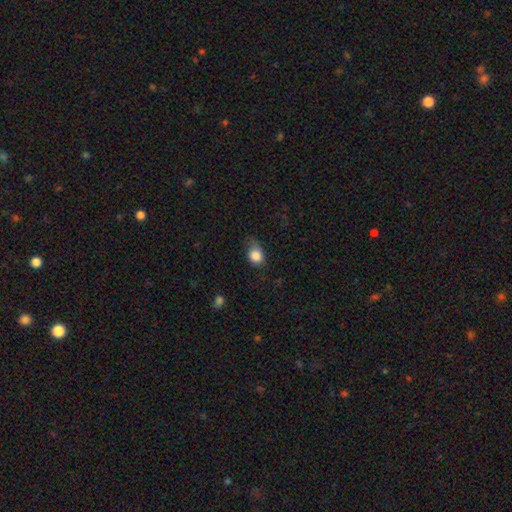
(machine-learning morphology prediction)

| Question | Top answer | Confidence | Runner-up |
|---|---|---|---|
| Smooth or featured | smooth | 84% | star or artifact (9%) |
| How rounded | in between | 53% | round (46%) |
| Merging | none | 41% | minor disturbance (40%) |